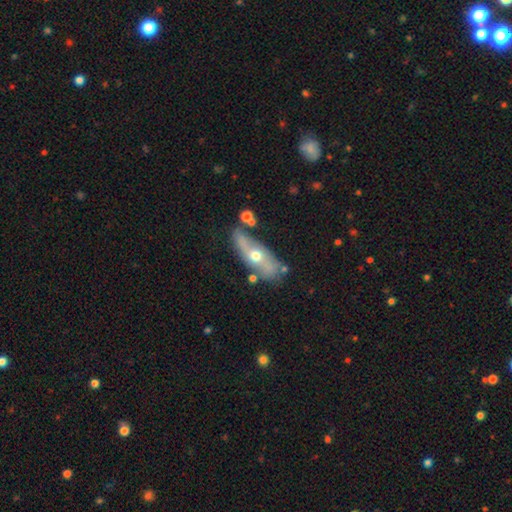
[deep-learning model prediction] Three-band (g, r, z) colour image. It shows a featured or disk galaxy (54%). Merging: none (62%).